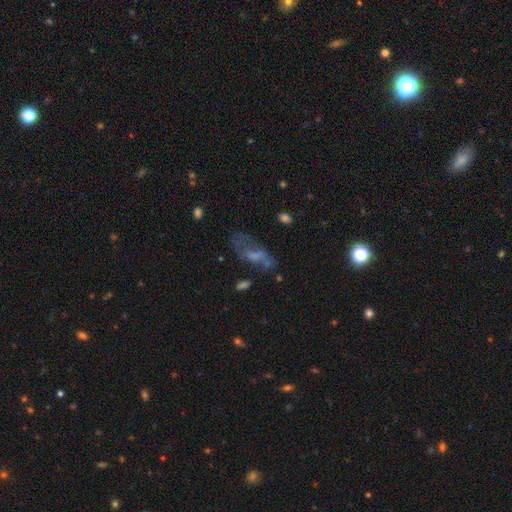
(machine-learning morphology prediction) The model was most divided on "smooth or featured" (2-way tie): featured or disk: 41%, smooth: 41%, star or artifact: 18%. Remaining: merging — none (38%).